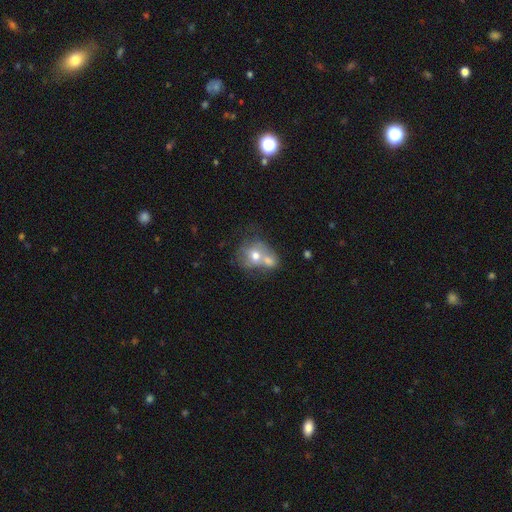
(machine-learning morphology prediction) A smooth galaxy with no disk features (61%) that is round (60%).

Vote fractions:
- Smooth or featured? smooth: 61% / featured or disk: 30% / star or artifact: 9%
- How rounded? round: 60% / in between: 39% / cigar-shaped: 1%
- Merging? merger: 65% / none: 20% / minor disturbance: 9% / major disturbance: 6%